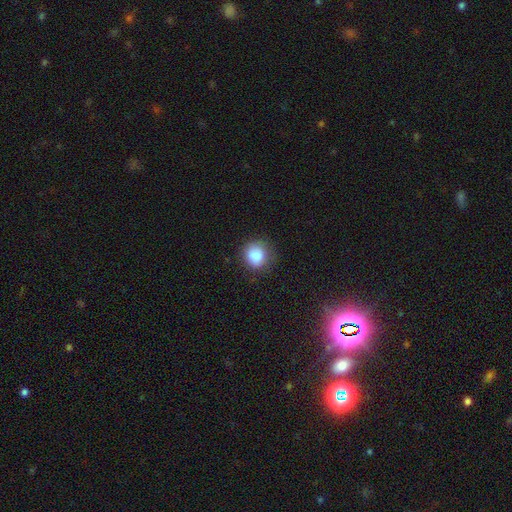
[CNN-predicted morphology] This is clearly a smooth galaxy (87%). How rounded: clearly round (82%). Merging: likely none (78%).